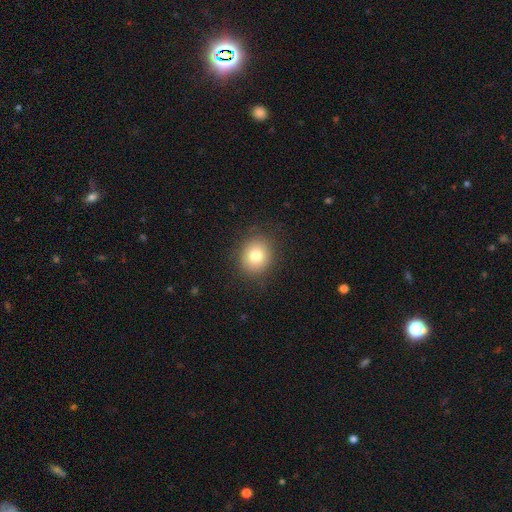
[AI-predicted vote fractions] smooth-or-featured: smooth: 79% | star or artifact: 11% | featured or disk: 11%
  how-rounded: round: 78% | in between: 22% | cigar-shaped: 1%
  merging: none: 87% | minor disturbance: 9% | major disturbance: 3% | merger: 1%